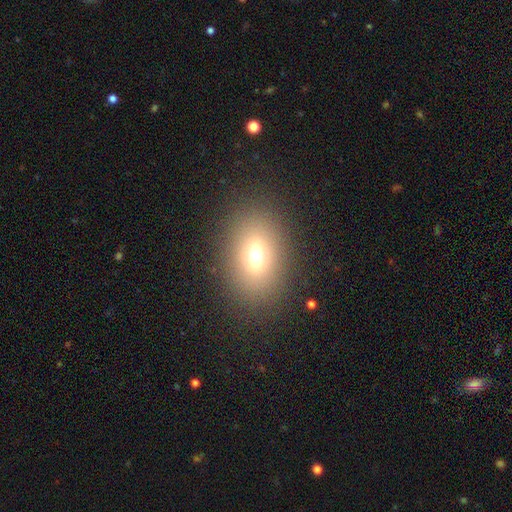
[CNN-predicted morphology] Smooth or featured?
  - smooth: 68% *
  - star or artifact: 17%
  - featured or disk: 15%
How rounded?
  - in between: 74% *
  - round: 24%
  - cigar-shaped: 2%
Merging?
  - none: 85% *
  - minor disturbance: 8%
  - major disturbance: 5%
  - merger: 1%